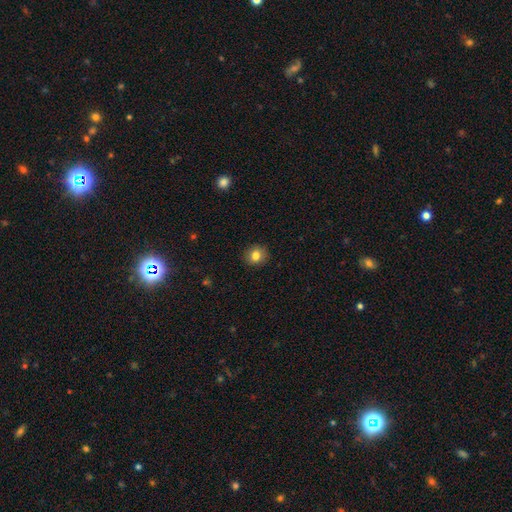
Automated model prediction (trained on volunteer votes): Smooth or featured?
  - smooth: 82% *
  - star or artifact: 10%
  - featured or disk: 8%
How rounded?
  - round: 82% *
  - in between: 17%
  - cigar-shaped: 1%
Merging?
  - none: 90% *
  - minor disturbance: 7%
  - major disturbance: 2%
  - merger: 1%